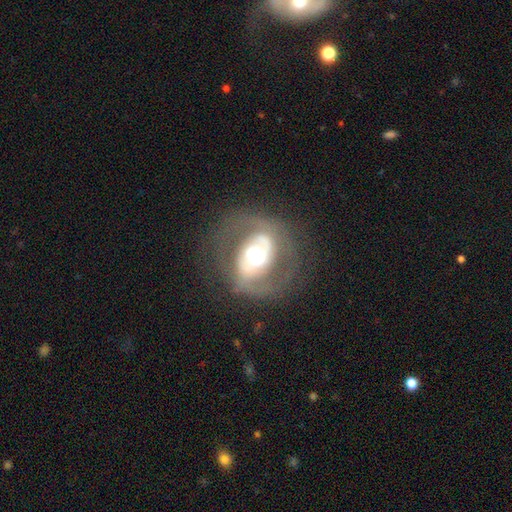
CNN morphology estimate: This is likely a featured or disk galaxy (71%). It is clearly not viewed edge-on (95%). Bar: possibly no (47%). Spiral arm pattern: likely yes (62%). Central bulge: marginally moderate (43%). Merging: likely none (74%).